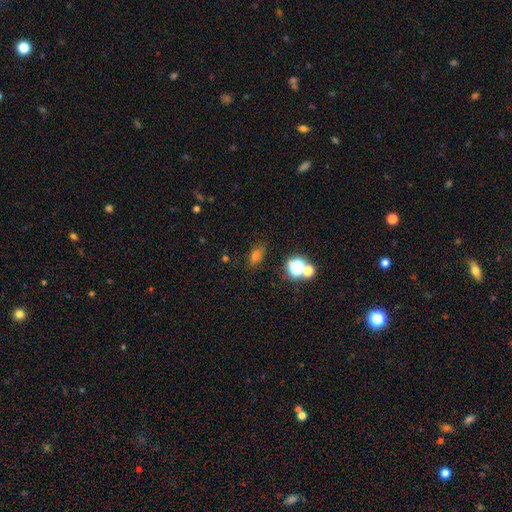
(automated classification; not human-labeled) Smooth or featured?
  - smooth: 67% *
  - star or artifact: 24%
  - featured or disk: 9%
How rounded?
  - in between: 73% *
  - round: 22%
  - cigar-shaped: 5%
Merging?
  - none: 77% *
  - minor disturbance: 13%
  - merger: 6%
  - major disturbance: 4%